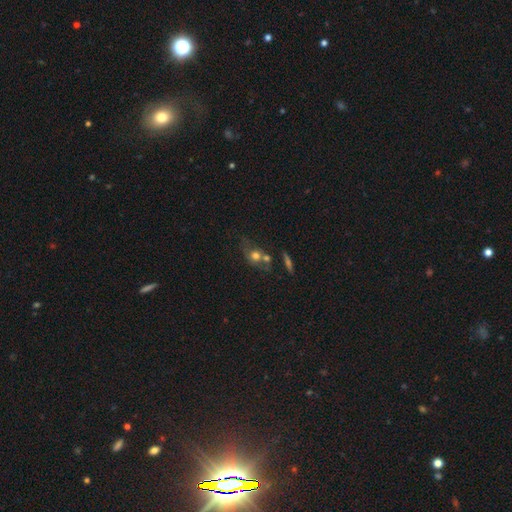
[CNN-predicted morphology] type=smooth (59%); roundness=round (56%); merging=none (39%).